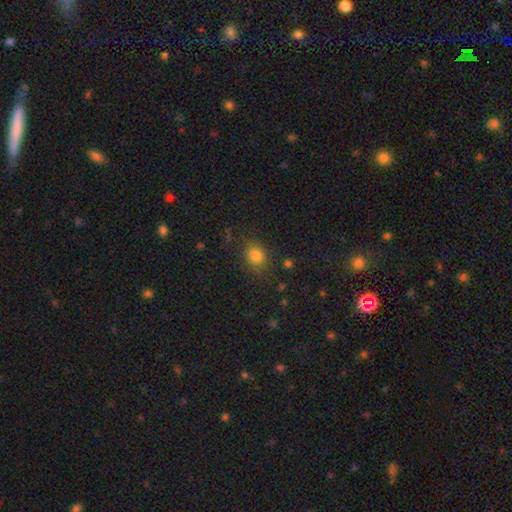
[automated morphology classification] Smooth or featured? Predicted: smooth (p=0.79). How rounded? Predicted: round (p=0.63). Merging? Predicted: none (p=0.77).